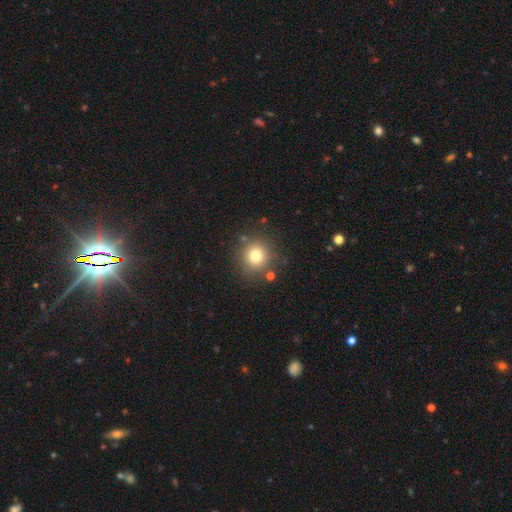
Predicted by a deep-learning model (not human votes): Morphology: type=smooth (78%); roundness=round (92%); merging=none (83%).